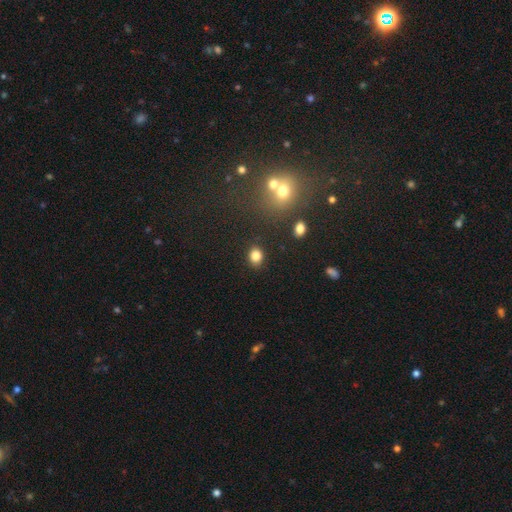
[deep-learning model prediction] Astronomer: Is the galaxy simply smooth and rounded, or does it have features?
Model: smooth — 83%.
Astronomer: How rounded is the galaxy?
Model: round — 57% (runner-up: in between, 42%).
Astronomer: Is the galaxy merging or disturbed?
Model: none — 85%.